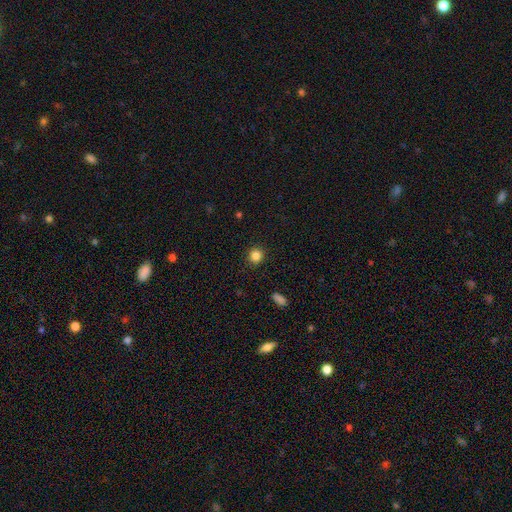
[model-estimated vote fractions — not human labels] Smooth or featured? smooth (84%)
How rounded? round (91%)
Merging? none (91%)